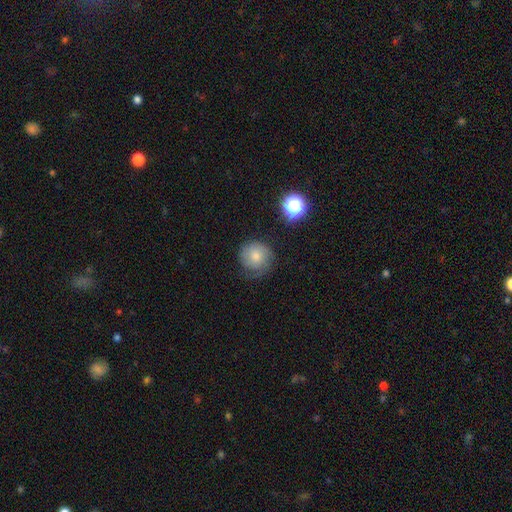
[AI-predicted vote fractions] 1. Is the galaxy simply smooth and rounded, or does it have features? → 61% smooth, 29% featured or disk, 11% star or artifact.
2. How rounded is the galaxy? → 90% round, 9% in between, 1% cigar-shaped.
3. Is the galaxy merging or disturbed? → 61% none, 24% minor disturbance, 12% major disturbance, 2% merger.